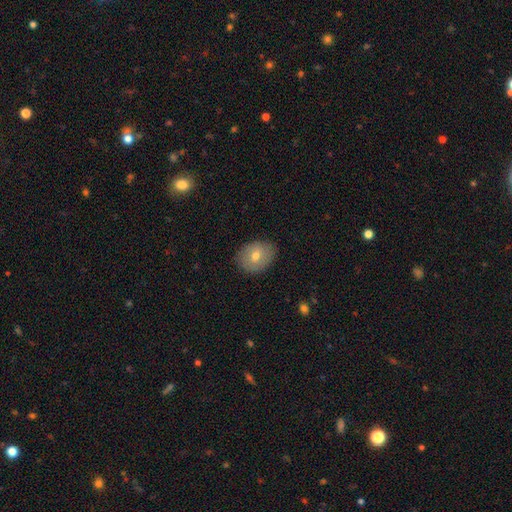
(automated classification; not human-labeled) This is likely a smooth galaxy (65%). How rounded: possibly in between (52%). Merging: clearly none (85%).